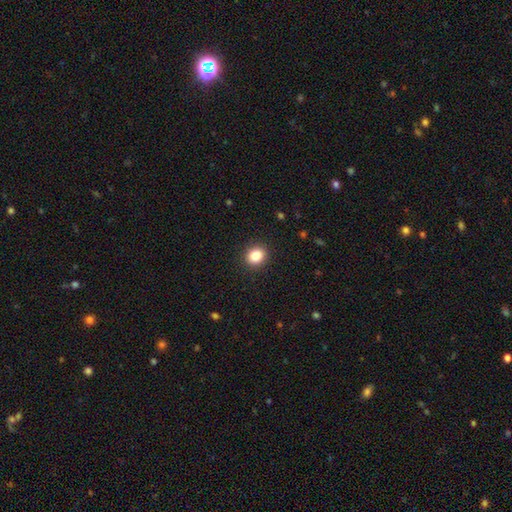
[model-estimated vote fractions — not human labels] Smooth or featured? Predicted: smooth (p=0.85). How rounded? Predicted: round (p=0.69). Merging? Predicted: none (p=0.91).